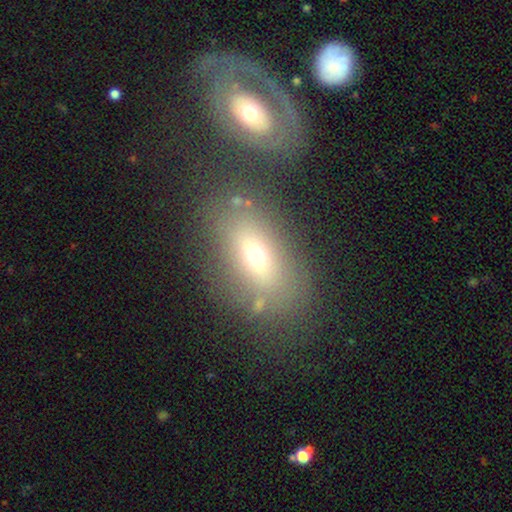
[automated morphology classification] Smooth or featured? smooth (59%)
How rounded? in between (84%)
Merging? none (61%)